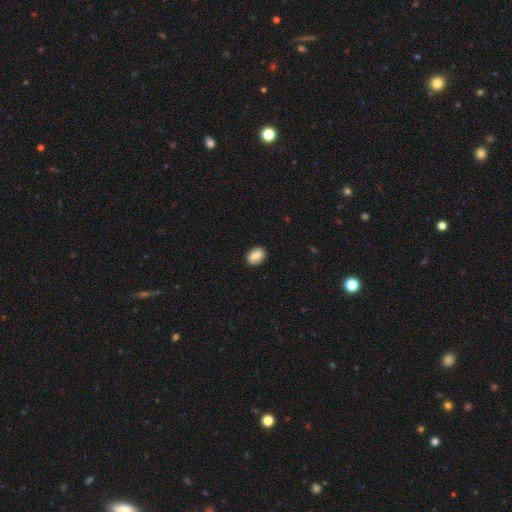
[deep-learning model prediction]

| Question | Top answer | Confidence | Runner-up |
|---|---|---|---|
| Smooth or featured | smooth | 79% | featured or disk (13%) |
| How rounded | in between | 74% | round (24%) |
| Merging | none | 89% | minor disturbance (8%) |